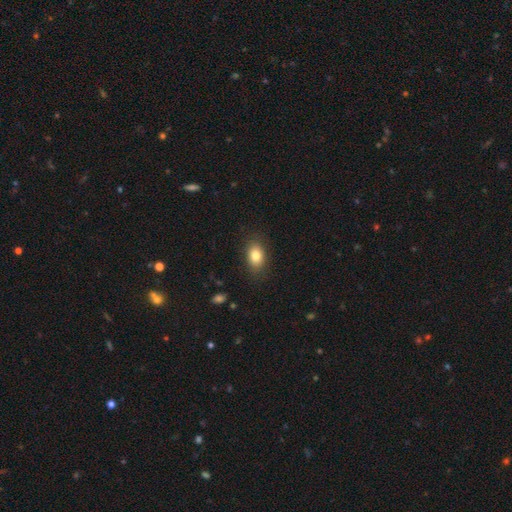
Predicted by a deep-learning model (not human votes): Smooth or featured?
  - smooth: 82% *
  - featured or disk: 9%
  - star or artifact: 9%
How rounded?
  - in between: 83% *
  - round: 16%
  - cigar-shaped: 2%
Merging?
  - none: 84% *
  - minor disturbance: 12%
  - major disturbance: 3%
  - merger: 1%